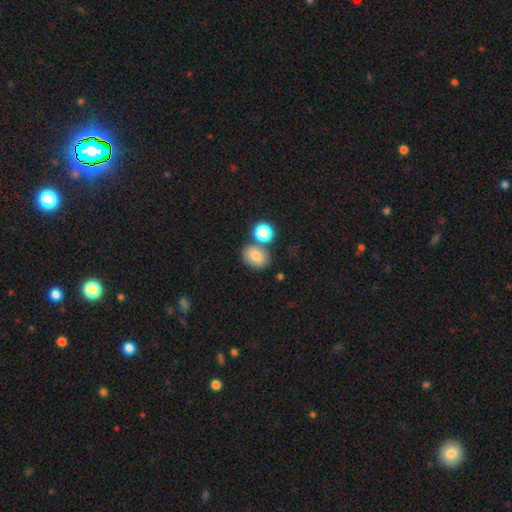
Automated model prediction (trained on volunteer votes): Smooth or featured?
  - smooth: 80% *
  - star or artifact: 11%
  - featured or disk: 9%
How rounded?
  - in between: 62% *
  - round: 37%
  - cigar-shaped: 1%
Merging?
  - none: 64% *
  - merger: 20%
  - minor disturbance: 12%
  - major disturbance: 4%